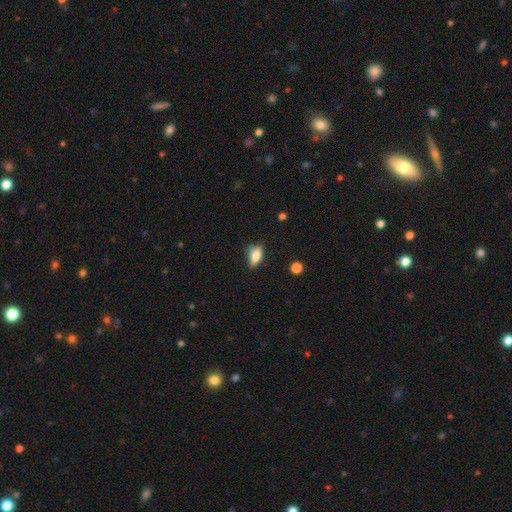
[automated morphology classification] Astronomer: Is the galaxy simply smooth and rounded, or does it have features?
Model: smooth — 77%.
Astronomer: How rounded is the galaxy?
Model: in between — 84%.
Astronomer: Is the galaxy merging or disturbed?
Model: none — 49% (runner-up: minor disturbance, 35%).